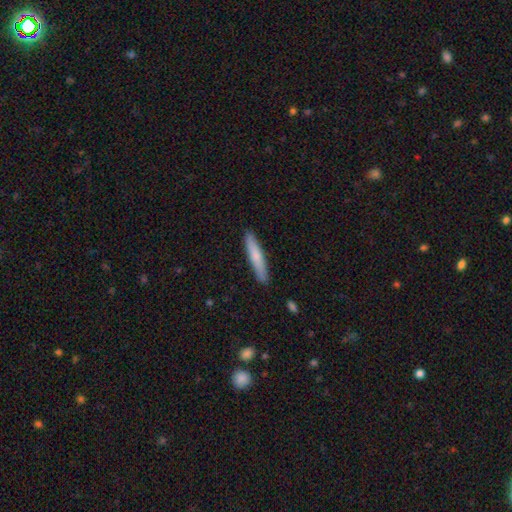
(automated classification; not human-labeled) smooth_or_featured: smooth (p=0.71) [alt: featured or disk p=0.24]
how_rounded: cigar-shaped (p=0.92) [alt: in between p=0.07]
merging: none (p=0.89) [alt: minor disturbance p=0.08]